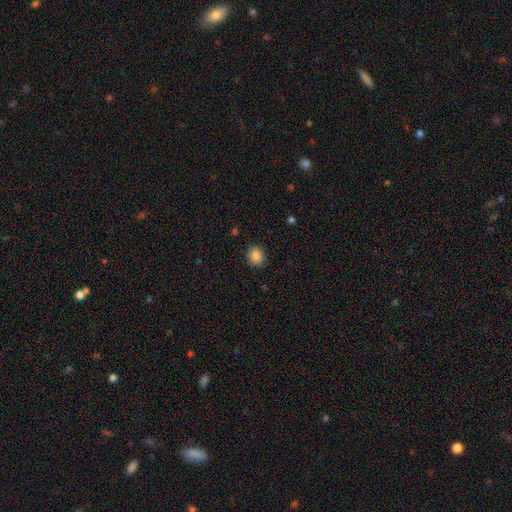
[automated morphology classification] smooth 85%, star or artifact 9%, featured or disk 5%. Down the decision tree: how rounded — round (70%); merging — none (89%).